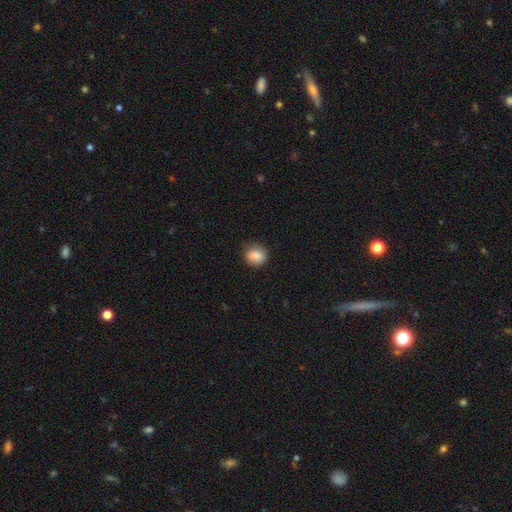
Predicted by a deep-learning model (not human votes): Overall: smooth (87%). How rounded: round (78%). Merging: none (74%).